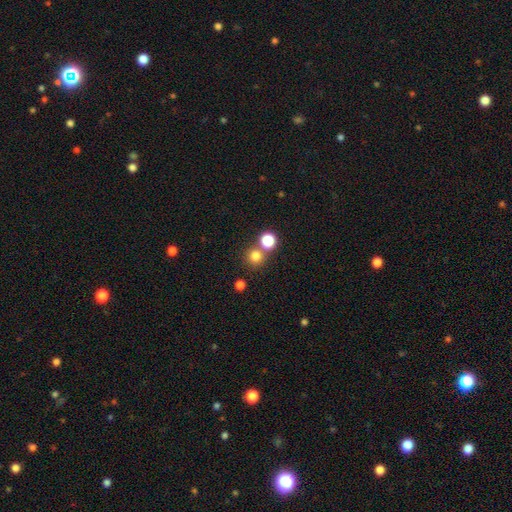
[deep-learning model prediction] smooth-or-featured: smooth: 78% | star or artifact: 16% | featured or disk: 6%
  how-rounded: round: 92% | in between: 7% | cigar-shaped: 1%
  merging: none: 68% | merger: 23% | minor disturbance: 6% | major disturbance: 3%